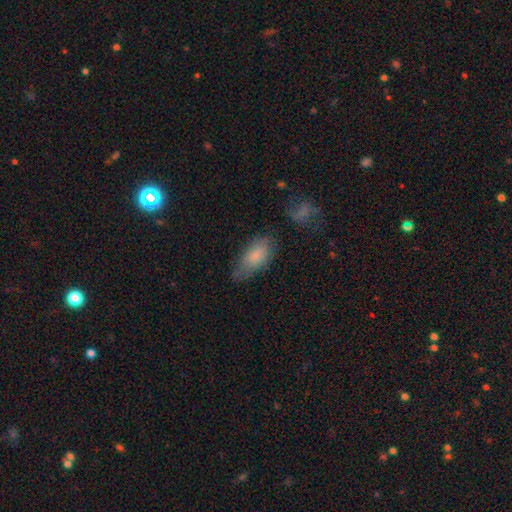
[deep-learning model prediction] smooth-or-featured: smooth: 79% | featured or disk: 14% | star or artifact: 7%
  how-rounded: in between: 88% | cigar-shaped: 9% | round: 3%
  merging: none: 60% | minor disturbance: 29% | major disturbance: 9% | merger: 3%